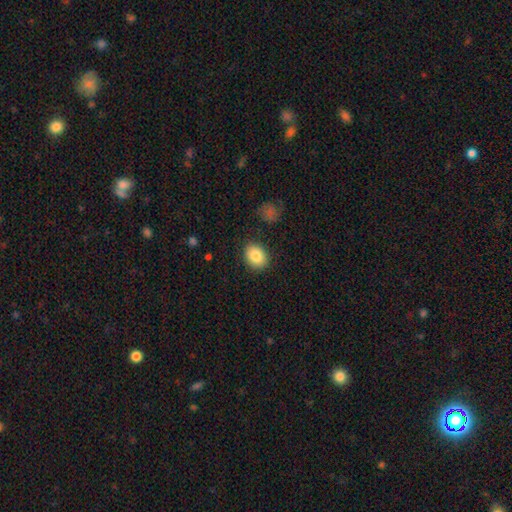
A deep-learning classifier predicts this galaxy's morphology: Smooth or featured?
  - smooth: 85% *
  - star or artifact: 8%
  - featured or disk: 7%
How rounded?
  - in between: 59% *
  - round: 40%
  - cigar-shaped: 1%
Merging?
  - none: 86% *
  - minor disturbance: 9%
  - major disturbance: 3%
  - merger: 2%